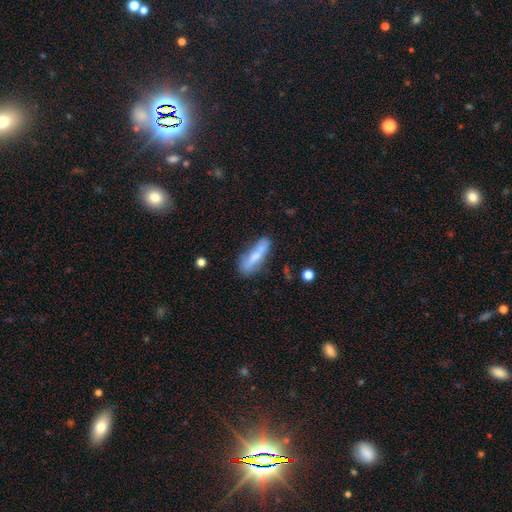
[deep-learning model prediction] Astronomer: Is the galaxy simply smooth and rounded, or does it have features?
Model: smooth — 59%.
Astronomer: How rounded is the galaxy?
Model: cigar-shaped — 56% (runner-up: in between, 42%).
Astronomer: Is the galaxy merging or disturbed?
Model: none — 61%.